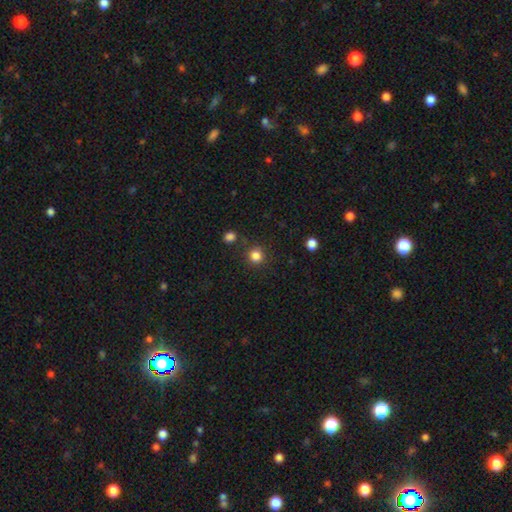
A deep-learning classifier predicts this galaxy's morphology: Smooth or featured? smooth (83%)
How rounded? round (92%)
Merging? none (85%)